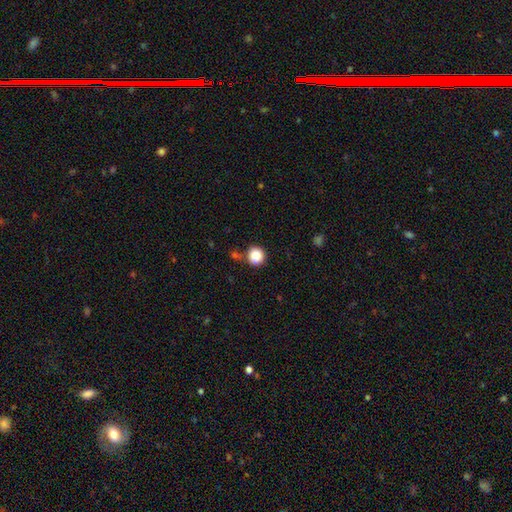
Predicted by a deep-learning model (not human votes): Smooth or featured?
  - smooth: 87% *
  - star or artifact: 10%
  - featured or disk: 3%
How rounded?
  - round: 93% *
  - in between: 6%
  - cigar-shaped: 1%
Merging?
  - none: 79% *
  - minor disturbance: 11%
  - merger: 7%
  - major disturbance: 3%